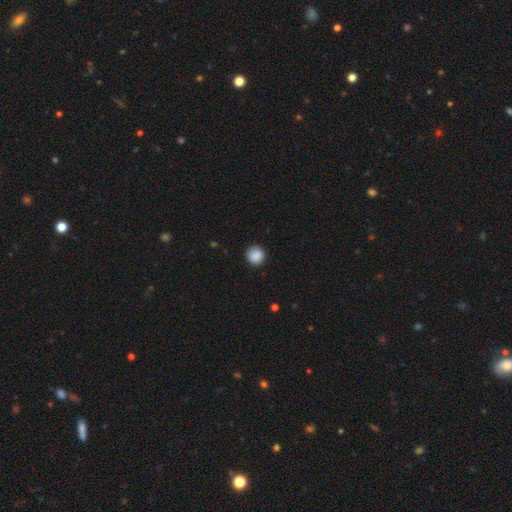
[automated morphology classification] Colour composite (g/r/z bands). It shows a smooth galaxy with no disk features (88%) that is round (94%). Merging: none (90%).